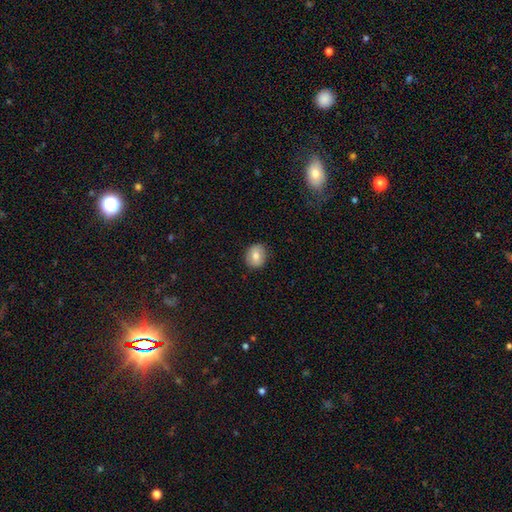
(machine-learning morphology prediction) A smooth galaxy with no disk features (76%) that is round (68%). Merging: none (88%).